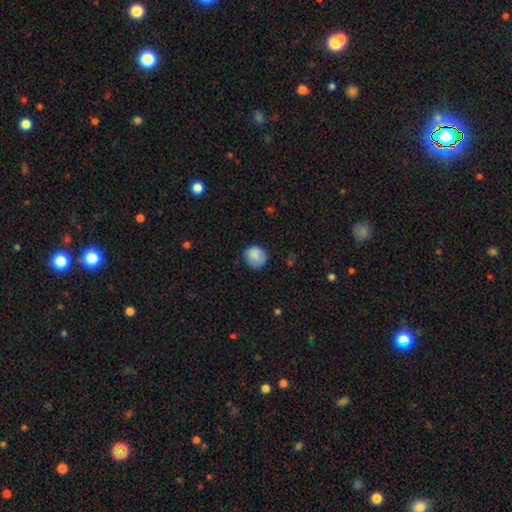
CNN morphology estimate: This appears to be a smooth galaxy with no disk features (87%) that is round (85%). Merging: none (78%).